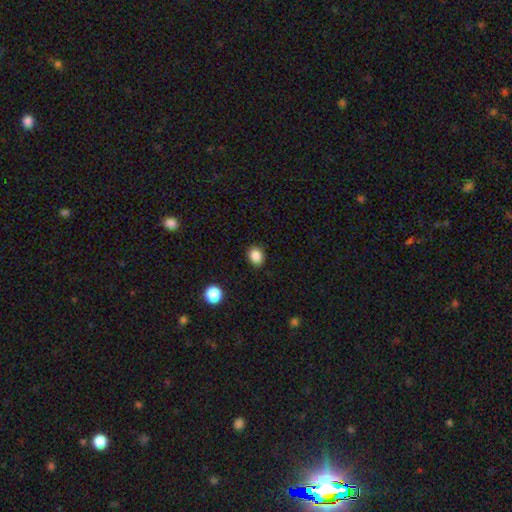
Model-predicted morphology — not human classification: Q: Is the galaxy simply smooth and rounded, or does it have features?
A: smooth — 86%.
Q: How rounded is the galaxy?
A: round — 60%.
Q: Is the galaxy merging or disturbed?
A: none — 88%.